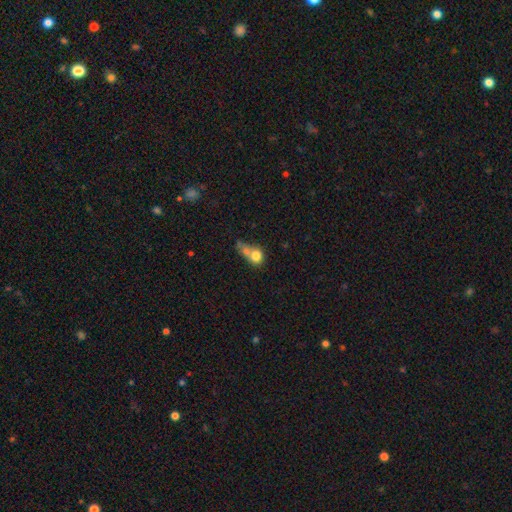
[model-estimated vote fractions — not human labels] This appears to be a smooth galaxy with no disk features (74%) that is round (64%). Merging: merger (51%).